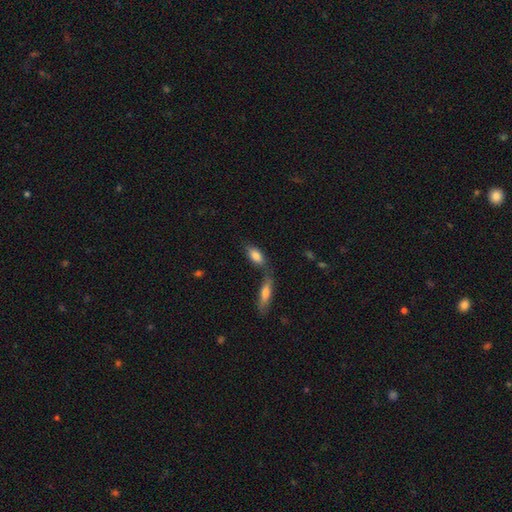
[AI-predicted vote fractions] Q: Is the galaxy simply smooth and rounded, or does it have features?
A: smooth — 82%.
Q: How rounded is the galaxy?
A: in between — 81%.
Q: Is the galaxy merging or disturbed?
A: none — 51%.